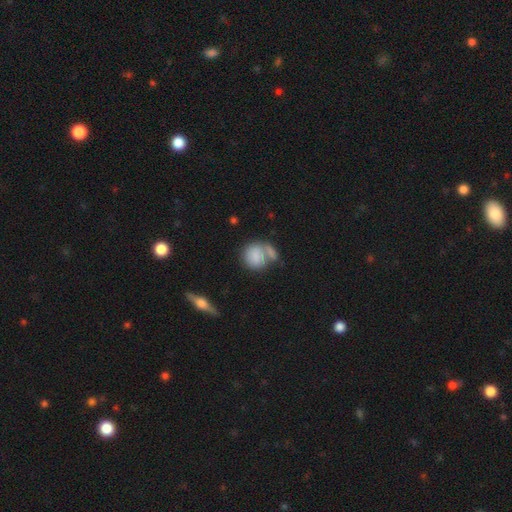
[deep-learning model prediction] A smooth galaxy with no disk features (77%) that is round (76%).

Vote fractions:
- Smooth or featured? smooth: 77% / featured or disk: 16% / star or artifact: 7%
- How rounded? round: 76% / in between: 23% / cigar-shaped: 2%
- Merging? none: 40% / merger: 37% / minor disturbance: 14% / major disturbance: 9%